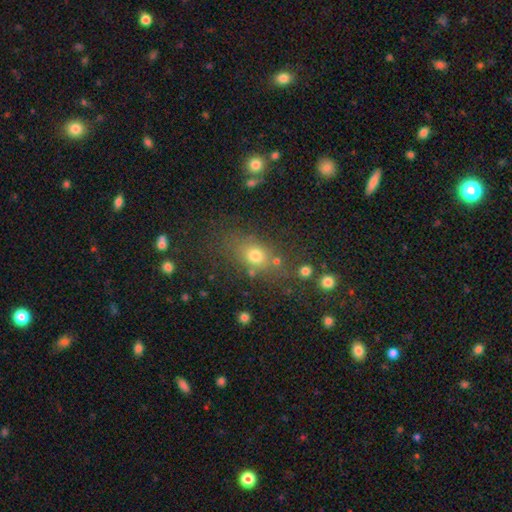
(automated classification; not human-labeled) smooth_or_featured: smooth (p=0.70) [alt: star or artifact p=0.18]
how_rounded: in between (p=0.55) [alt: round p=0.38]
merging: none (p=0.68) [alt: minor disturbance p=0.15]